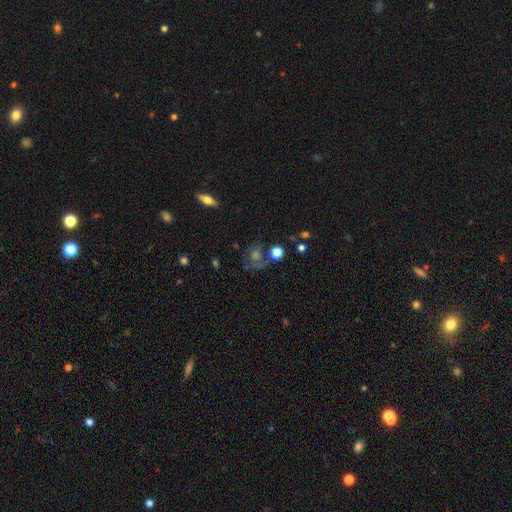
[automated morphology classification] smooth_or_featured: featured or disk (p=0.46) [alt: smooth p=0.28]
merging: none (p=0.55) [alt: major disturbance p=0.19]